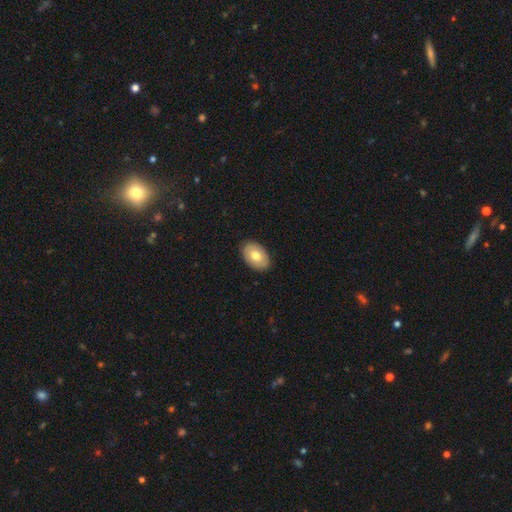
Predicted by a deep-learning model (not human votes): Smooth or featured?
  - smooth: 68% *
  - featured or disk: 26%
  - star or artifact: 6%
How rounded?
  - in between: 89% *
  - round: 10%
  - cigar-shaped: 1%
Merging?
  - none: 88% *
  - minor disturbance: 9%
  - major disturbance: 2%
  - merger: 1%